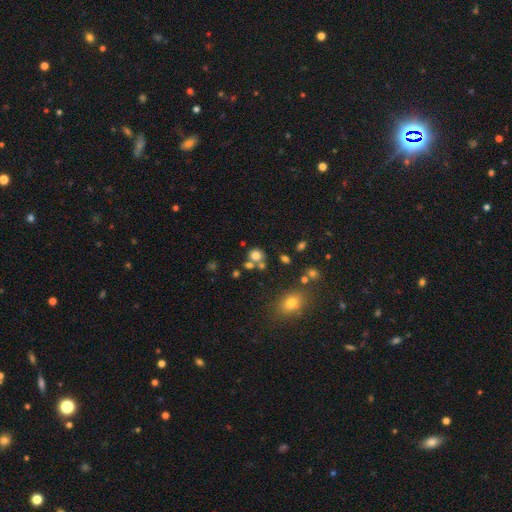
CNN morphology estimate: Q: Smooth or featured?
A: smooth (75%); runner-up: star or artifact (15%)
Q: How rounded?
A: round (82%); runner-up: in between (17%)
Q: Merging?
A: none (57%); runner-up: merger (28%)